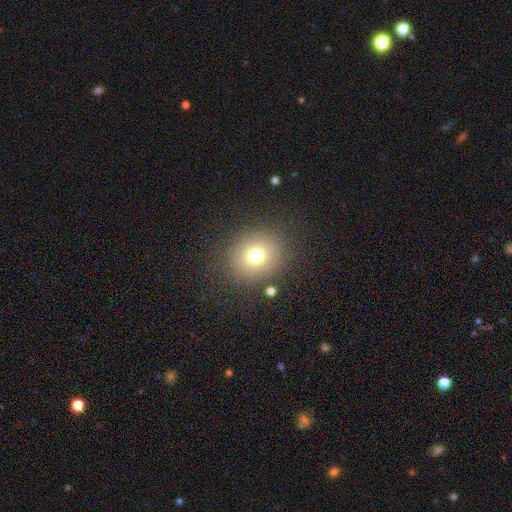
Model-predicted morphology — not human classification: smooth_or_featured: smooth (p=0.73) [alt: star or artifact p=0.16]
how_rounded: round (p=0.82) [alt: in between p=0.17]
merging: none (p=0.85) [alt: minor disturbance p=0.08]